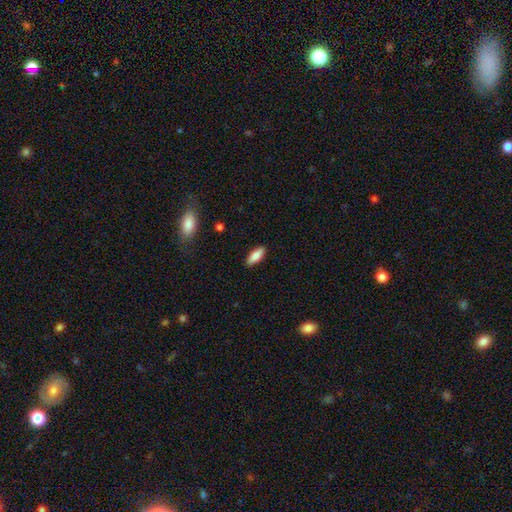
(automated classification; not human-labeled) Smooth or featured: smooth — 82% (featured or disk — 11%)
How rounded: in between — 73% (cigar-shaped — 25%)
Merging: none — 89% (minor disturbance — 8%)